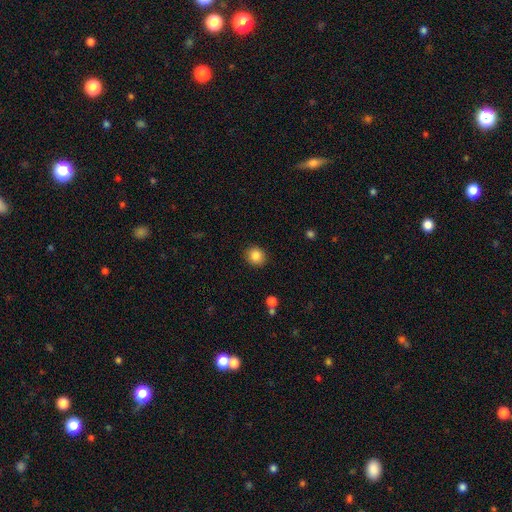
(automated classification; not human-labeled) This appears to be a smooth galaxy with no disk features (85%) that is round (81%). Merging: none (90%).